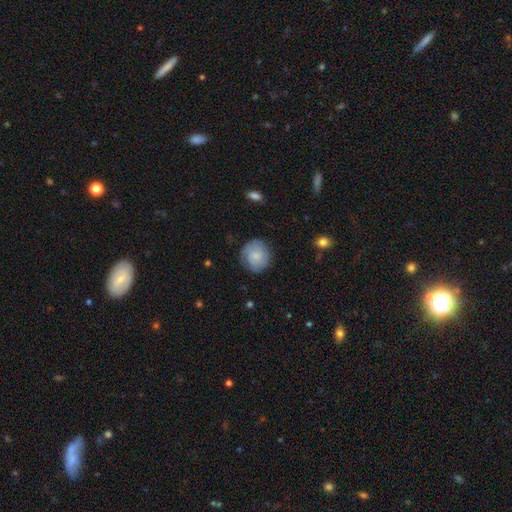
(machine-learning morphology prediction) This appears to be a smooth galaxy with no disk features (52%) that is round (84%). Merging: none (77%).